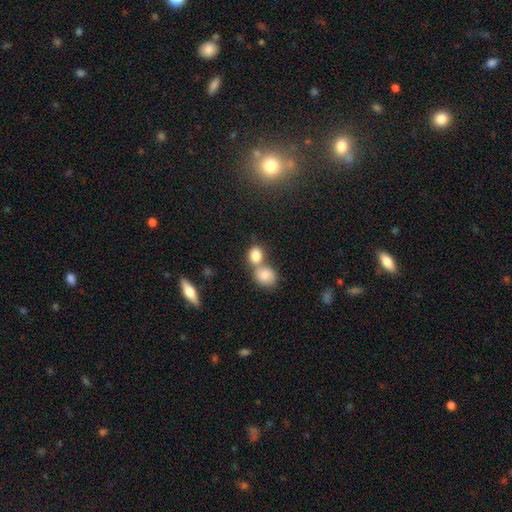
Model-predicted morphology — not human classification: A smooth galaxy with no disk features (82%) that is round (56%).

Vote fractions:
- Smooth or featured? smooth: 82% / star or artifact: 9% / featured or disk: 8%
- How rounded? round: 56% / in between: 43% / cigar-shaped: 2%
- Merging? merger: 54% / none: 35% / minor disturbance: 8% / major disturbance: 3%